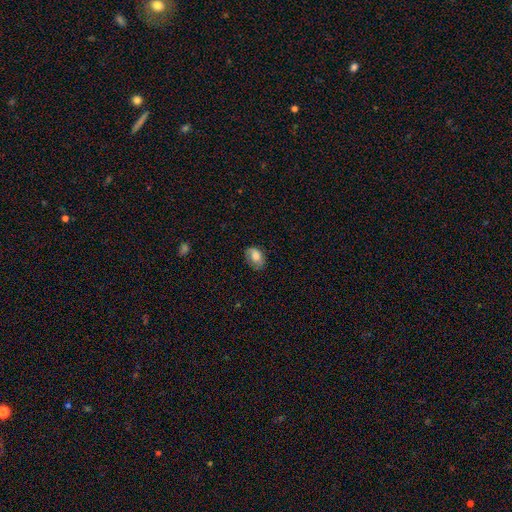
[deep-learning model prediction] smooth_or_featured: smooth (p=0.73) [alt: featured or disk p=0.19]
how_rounded: in between (p=0.79) [alt: round p=0.20]
merging: none (p=0.69) [alt: minor disturbance p=0.23]